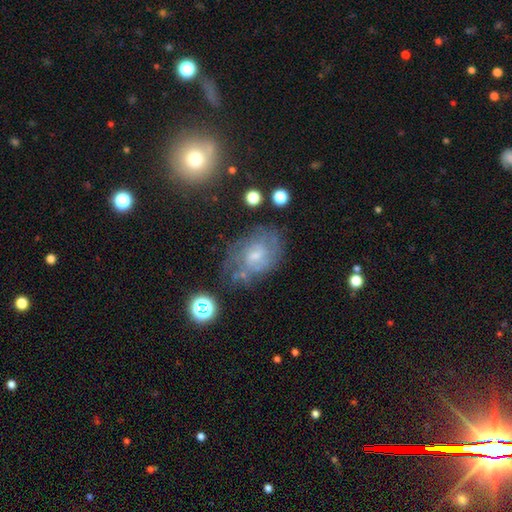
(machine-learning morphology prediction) Q: Smooth or featured?
A: featured or disk (61%); runner-up: smooth (26%)
Q: Edge-on disk?
A: no (96%); runner-up: yes (4%)
Q: Bar?
A: no (55%); runner-up: weak (39%)
Q: Spiral arms?
A: yes (75%); runner-up: no (25%)
Q: Bulge size?
A: small (53%); runner-up: moderate (34%)
Q: Merging?
A: none (59%); runner-up: minor disturbance (23%)